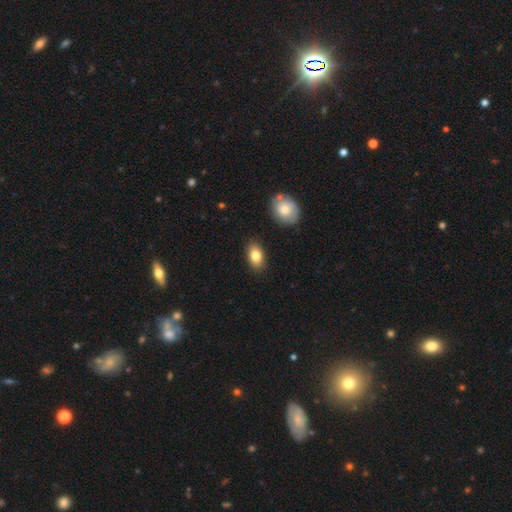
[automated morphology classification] Smooth or featured? smooth (82%)
How rounded? in between (90%)
Merging? none (87%)